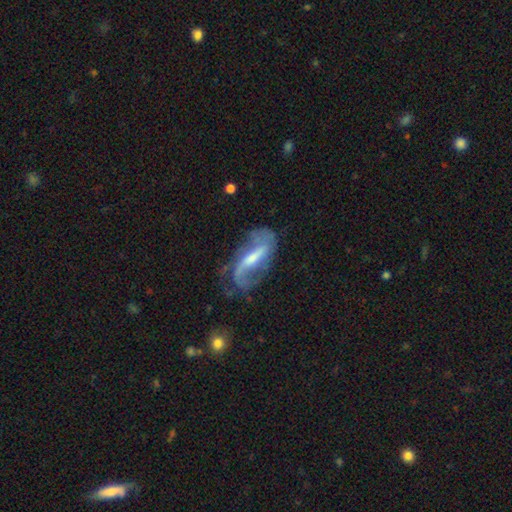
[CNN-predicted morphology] This is clearly a featured or disk galaxy (83%). It is clearly not viewed edge-on (89%). Bar: possibly strong (52%). Spiral arm pattern: clearly yes (91%). Spiral arm count: likely 2 (80%). Spiral winding: possibly loose (50%). Central bulge: possibly moderate (47%). Merging: possibly none (58%).